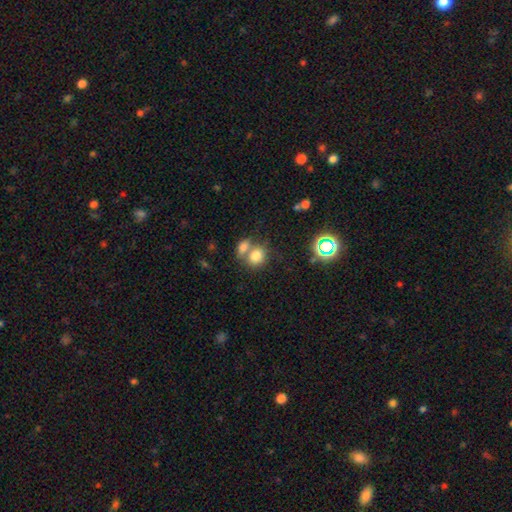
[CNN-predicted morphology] Smooth or featured?
  - smooth: 77% *
  - star or artifact: 13%
  - featured or disk: 10%
How rounded?
  - round: 65% *
  - in between: 34%
  - cigar-shaped: 1%
Merging?
  - merger: 48% *
  - none: 39%
  - minor disturbance: 9%
  - major disturbance: 4%